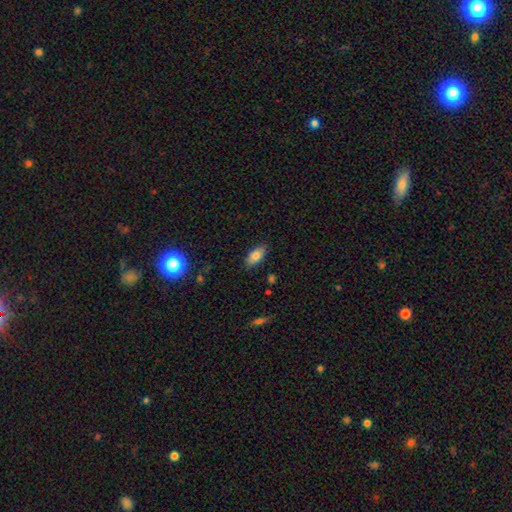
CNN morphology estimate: smooth 80%, featured or disk 11%, star or artifact 9%. Down the decision tree: how rounded — in between (89%); merging — none (86%).